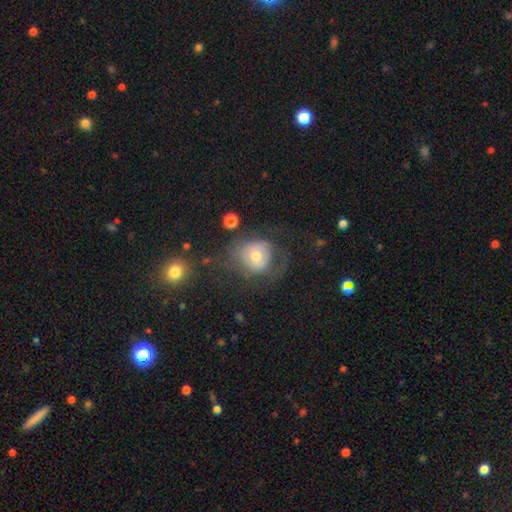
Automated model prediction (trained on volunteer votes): This appears to be a smooth galaxy with no disk features (52%) that is round (73%). Merging: none (42%).